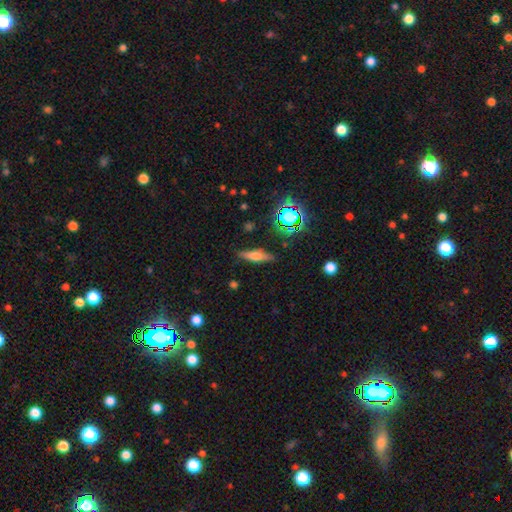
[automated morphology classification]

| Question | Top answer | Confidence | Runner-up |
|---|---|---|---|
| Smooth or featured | smooth | 45% | featured or disk (43%) |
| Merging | none | 85% | minor disturbance (11%) |